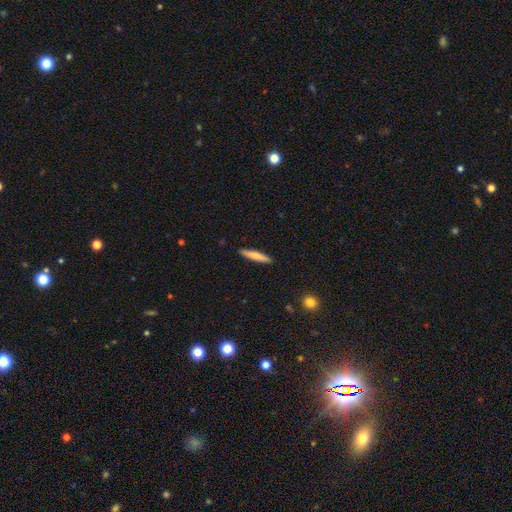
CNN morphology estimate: smooth-or-featured: smooth: 68% | featured or disk: 26% | star or artifact: 6%
  how-rounded: cigar-shaped: 91% | in between: 8% | round: 1%
  merging: none: 91% | minor disturbance: 7% | major disturbance: 1% | merger: 1%